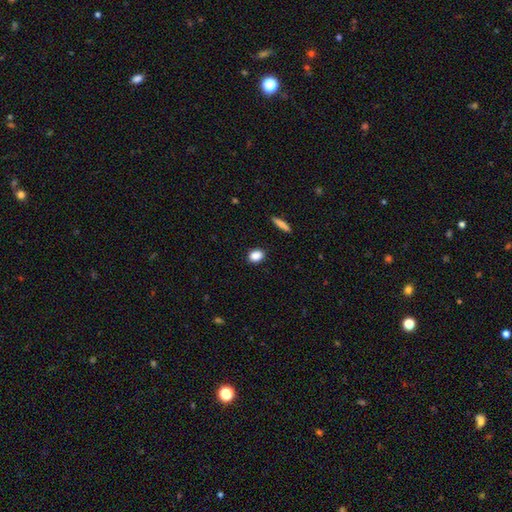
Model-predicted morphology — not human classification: The model was most divided on "how rounded": in between: 64%, round: 34%, cigar-shaped: 3%. More confident: merging — none (88%); smooth or featured — smooth (87%).